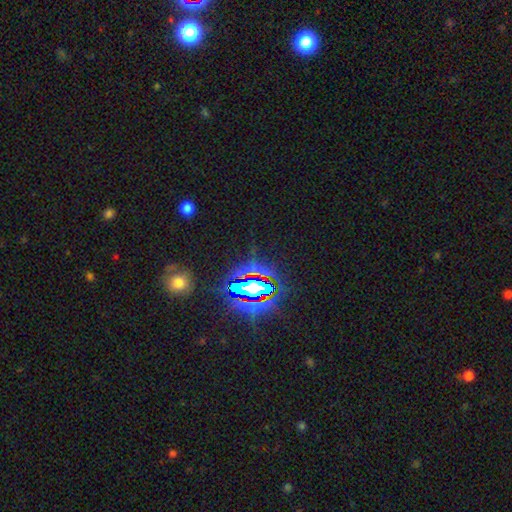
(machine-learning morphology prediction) Smooth or featured: star or artifact — 81% (smooth — 12%)